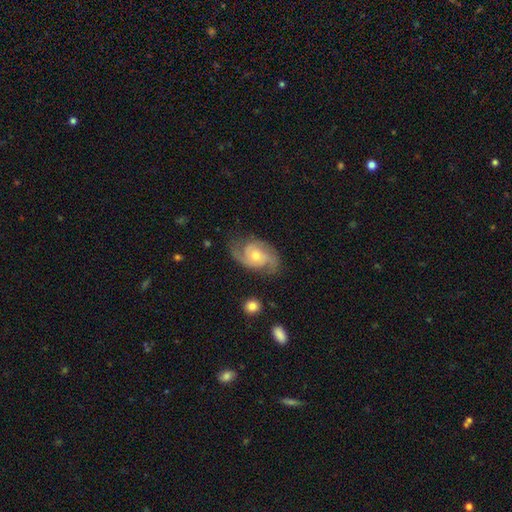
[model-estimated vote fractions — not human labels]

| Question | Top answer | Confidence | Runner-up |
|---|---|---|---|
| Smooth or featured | featured or disk | 85% | smooth (10%) |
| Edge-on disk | no | 97% | yes (3%) |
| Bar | no | 68% | weak (27%) |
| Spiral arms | yes | 96% | no (4%) |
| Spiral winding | medium | 51% | tight (27%) |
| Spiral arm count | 2 | 76% | 3 (11%) |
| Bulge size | moderate | 50% | small (45%) |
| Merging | none | 69% | minor disturbance (20%) |